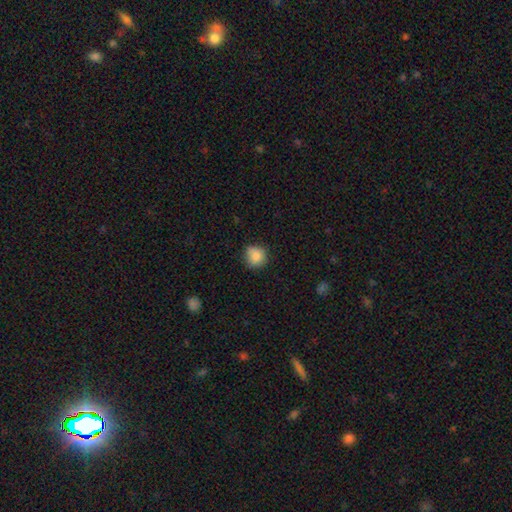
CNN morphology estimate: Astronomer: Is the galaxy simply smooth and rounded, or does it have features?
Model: smooth — 84%.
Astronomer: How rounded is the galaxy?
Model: round — 90%.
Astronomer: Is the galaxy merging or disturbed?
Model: none — 71%.